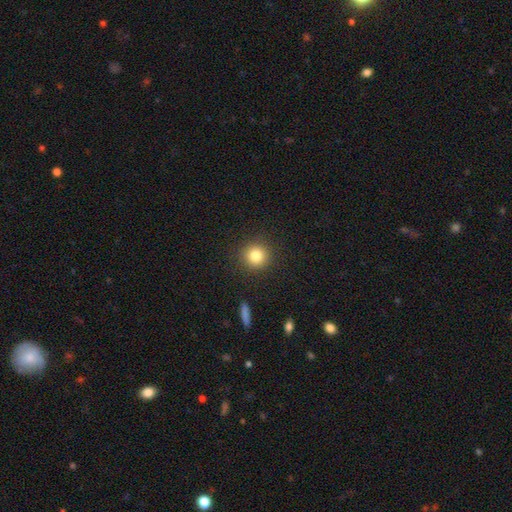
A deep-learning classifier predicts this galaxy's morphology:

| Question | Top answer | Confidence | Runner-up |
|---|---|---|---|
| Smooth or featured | smooth | 82% | star or artifact (11%) |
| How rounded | round | 93% | in between (6%) |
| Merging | none | 91% | minor disturbance (6%) |